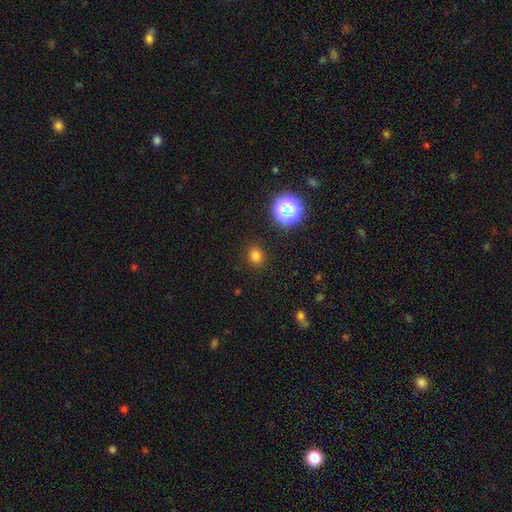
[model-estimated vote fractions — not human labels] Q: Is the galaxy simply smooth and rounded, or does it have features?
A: smooth — 75%.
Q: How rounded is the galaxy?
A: round — 71%.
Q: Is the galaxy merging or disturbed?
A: none — 88%.